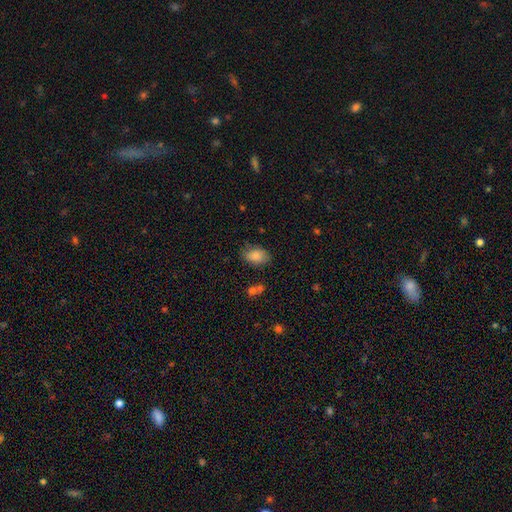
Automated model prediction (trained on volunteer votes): Smooth or featured?
  - smooth: 84% *
  - featured or disk: 8%
  - star or artifact: 8%
How rounded?
  - in between: 88% *
  - round: 11%
  - cigar-shaped: 1%
Merging?
  - none: 75% *
  - minor disturbance: 17%
  - major disturbance: 4%
  - merger: 4%